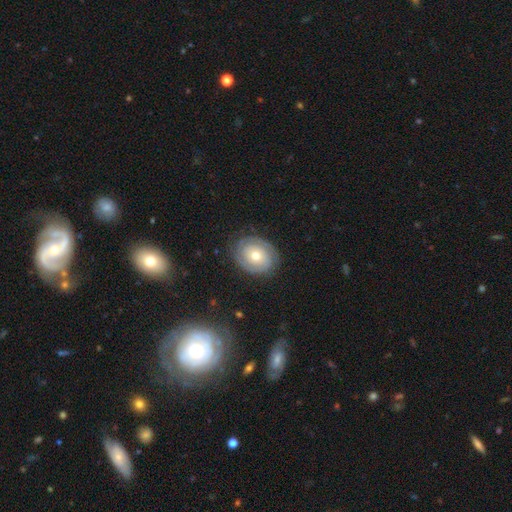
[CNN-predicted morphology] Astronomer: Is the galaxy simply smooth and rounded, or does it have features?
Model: featured or disk — 75%.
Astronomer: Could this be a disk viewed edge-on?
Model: no — 97%.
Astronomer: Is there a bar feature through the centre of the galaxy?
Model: no — 82%.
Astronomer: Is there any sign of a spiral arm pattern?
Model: yes — 88%.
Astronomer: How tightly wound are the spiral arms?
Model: tight — 78%.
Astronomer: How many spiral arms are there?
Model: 2 — 60%.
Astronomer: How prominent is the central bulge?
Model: moderate — 60% (runner-up: small, 35%).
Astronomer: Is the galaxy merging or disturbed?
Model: none — 80%.